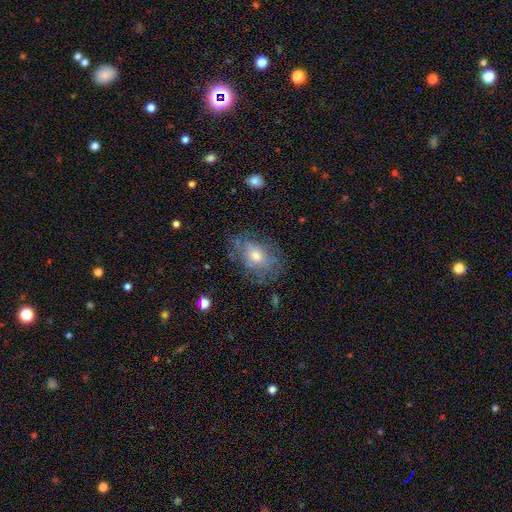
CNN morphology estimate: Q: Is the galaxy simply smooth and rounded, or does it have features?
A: featured or disk — 45%.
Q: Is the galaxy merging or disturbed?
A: none — 63%.